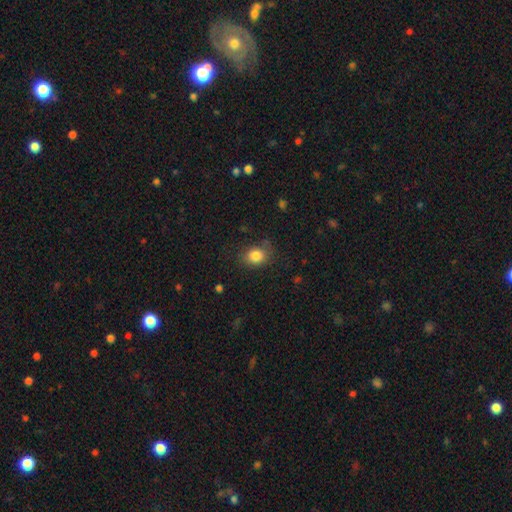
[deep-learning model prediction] This is clearly a smooth galaxy (84%). How rounded: possibly round (56%). Merging: likely none (76%).